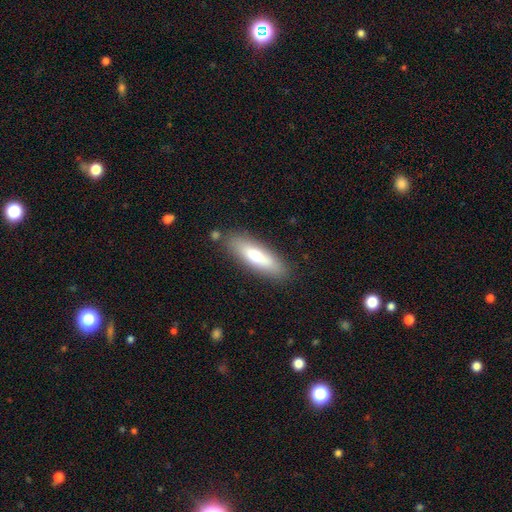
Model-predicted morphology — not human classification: The model was most divided on "how rounded": cigar-shaped: 59%, in between: 40%, round: 2%. More confident: merging — none (84%); smooth or featured — smooth (68%).